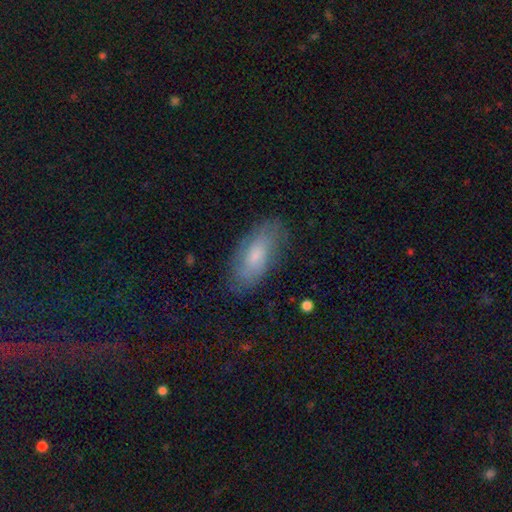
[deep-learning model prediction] Morphology: type=smooth (55%); roundness=in between (84%); merging=none (76%).